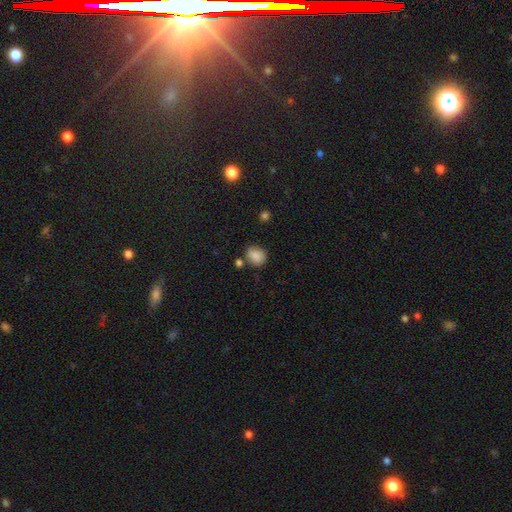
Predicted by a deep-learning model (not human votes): This appears to be a smooth galaxy with no disk features (86%) that is round (55%). Merging: none (71%).